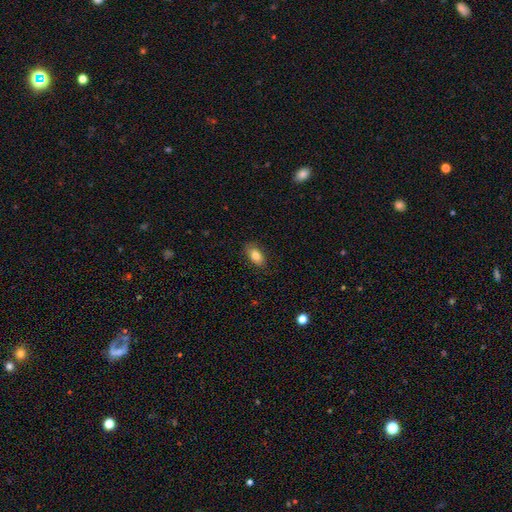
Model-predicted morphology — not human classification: A smooth galaxy with no disk features (81%) that is in between round and cigar-shaped (90%). Merging: none (85%).